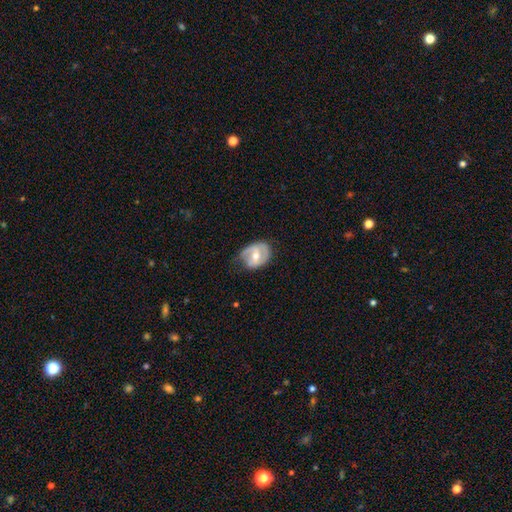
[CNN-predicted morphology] A featured or disk galaxy (68%) with a weak bar (44%), spiral arms (76%) and a moderate central bulge (69%).

Vote fractions:
- Smooth or featured? featured or disk: 68% / smooth: 27% / star or artifact: 5%
- Edge-on disk? no: 96% / yes: 4%
- Bar? weak: 44% / no: 34% / strong: 22%
- Spiral arms? yes: 76% / no: 24%
- Bulge size? moderate: 69% / small: 25% / large: 3% / none: 1% / dominant: 1%
- Merging? none: 54% / minor disturbance: 32% / major disturbance: 12% / merger: 2%